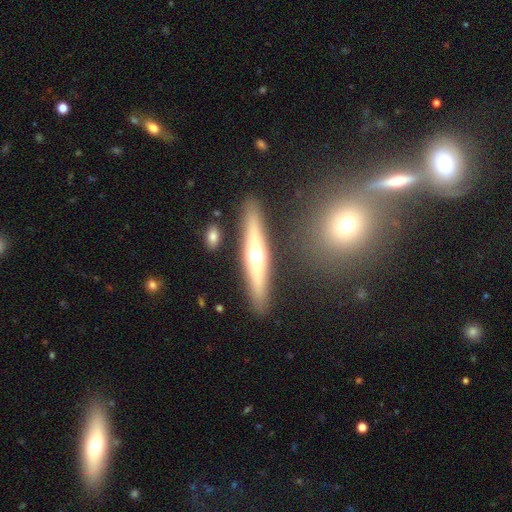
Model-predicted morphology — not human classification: Q: Smooth or featured?
A: featured or disk (54%); runner-up: smooth (38%)
Q: Edge-on disk?
A: yes (90%); runner-up: no (10%)
Q: Merging?
A: none (87%); runner-up: minor disturbance (8%)